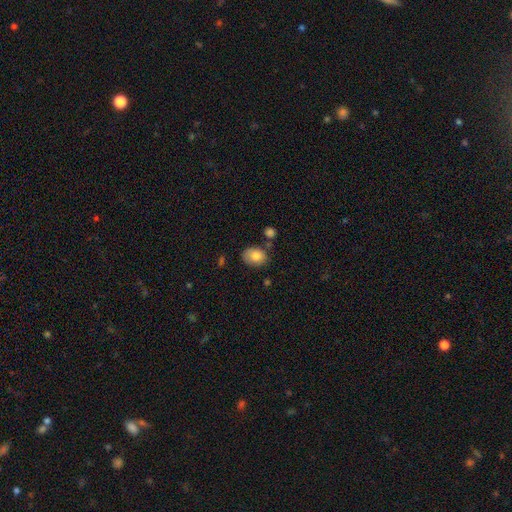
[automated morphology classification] A smooth galaxy with no disk features (81%) that is in between round and cigar-shaped (64%). Merging: none (68%).